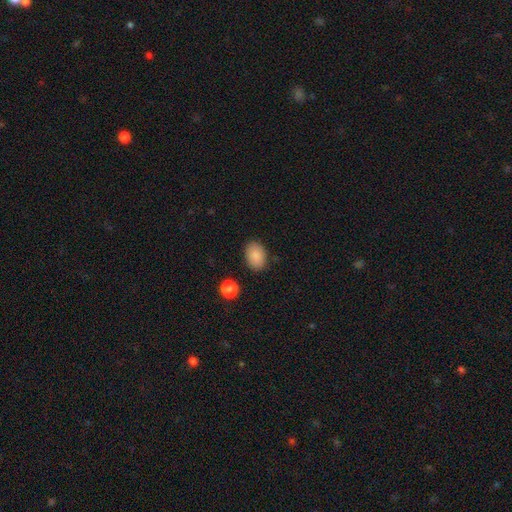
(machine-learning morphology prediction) This is clearly a smooth galaxy (88%). How rounded: clearly in between (82%). Merging: clearly none (85%).